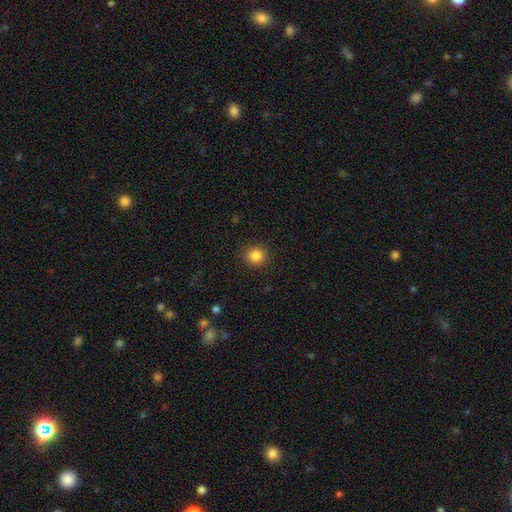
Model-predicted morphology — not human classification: Smooth or featured: smooth — 84% (star or artifact — 11%)
How rounded: round — 89% (in between — 10%)
Merging: none — 91% (minor disturbance — 6%)